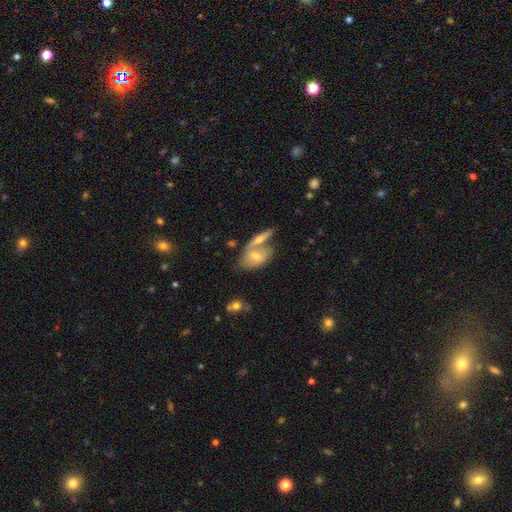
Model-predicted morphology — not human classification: This is possibly a smooth galaxy (47%). Merging: possibly merger (52%).